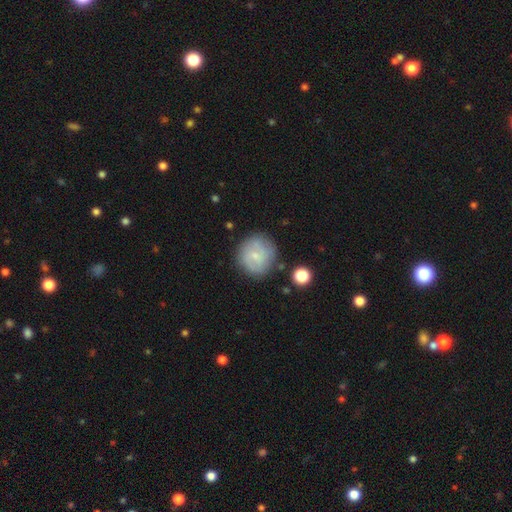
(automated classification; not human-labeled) Overall: smooth (57%; featured or disk 36%). How rounded: round (90%). Merging: none (76%).